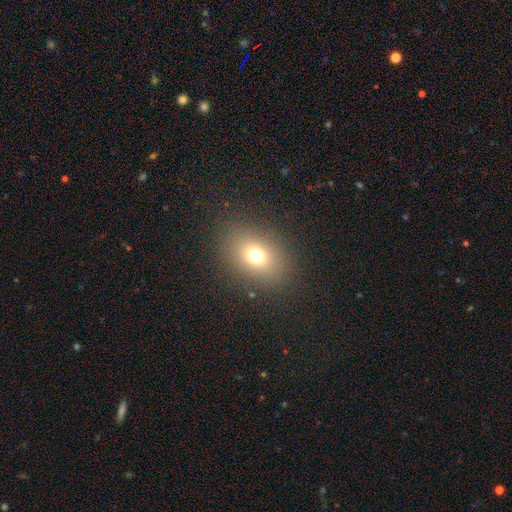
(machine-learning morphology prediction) This appears to be a smooth galaxy with no disk features (72%) that is in between round and cigar-shaped (64%). Merging: none (85%).